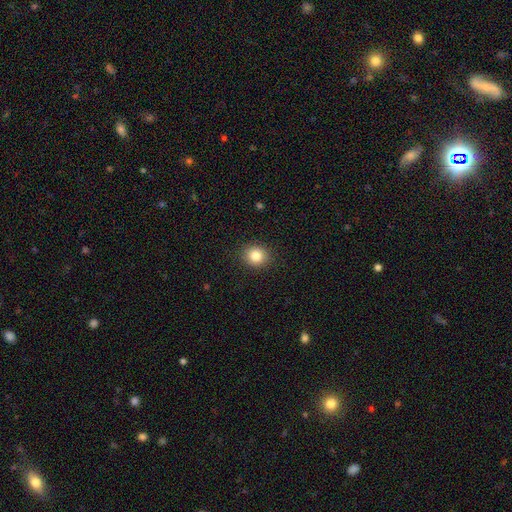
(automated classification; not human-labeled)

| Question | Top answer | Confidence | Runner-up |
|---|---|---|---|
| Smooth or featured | smooth | 84% | star or artifact (10%) |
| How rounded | round | 80% | in between (19%) |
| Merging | none | 90% | minor disturbance (7%) |